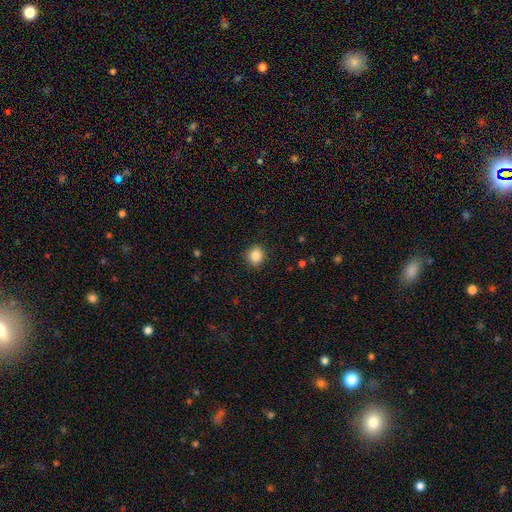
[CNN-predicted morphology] A smooth galaxy with no disk features (85%) that is round (81%). Merging: none (90%).